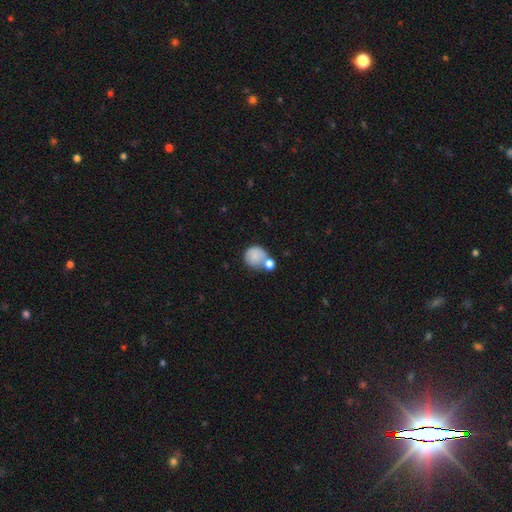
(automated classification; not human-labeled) This appears to be a smooth galaxy with no disk features (81%) that is round (85%). Merging: none (45%).